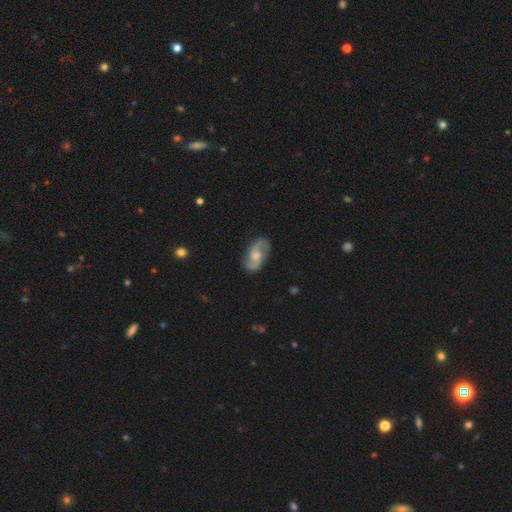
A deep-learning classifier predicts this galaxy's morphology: Smooth or featured?
  - featured or disk: 83% *
  - smooth: 11%
  - star or artifact: 5%
Edge-on disk?
  - no: 97% *
  - yes: 3%
Bar?
  - no: 51% *
  - weak: 43%
  - strong: 6%
Spiral arms?
  - yes: 96% *
  - no: 4%
Spiral winding?
  - medium: 51% *
  - loose: 36%
  - tight: 13%
Spiral arm count?
  - 2: 93% *
  - can't tell: 3%
  - 1: 1%
  - 3: 1%
  - 4: 1%
  - more than 4: 1%
Bulge size?
  - moderate: 45% *
  - small: 22%
  - none: 17%
  - large: 15%
  - dominant: 2%
Merging?
  - none: 82% *
  - minor disturbance: 13%
  - major disturbance: 4%
  - merger: 1%